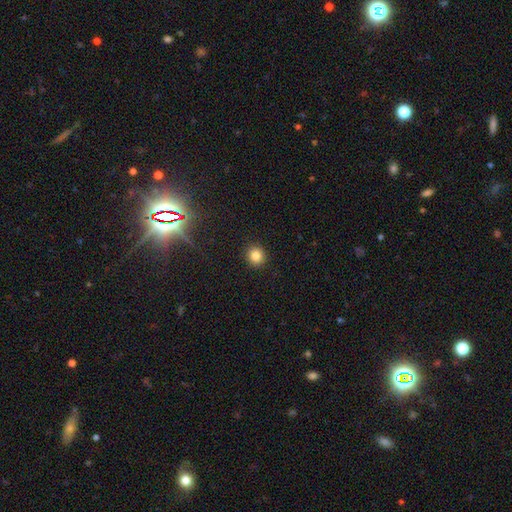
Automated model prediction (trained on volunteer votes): A smooth galaxy with no disk features (82%) that is round (90%). Merging: none (92%).